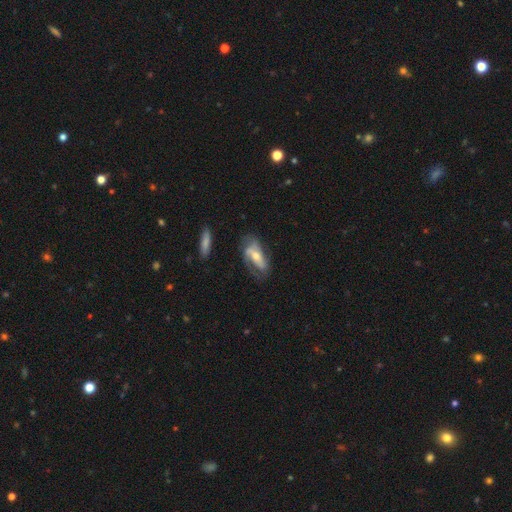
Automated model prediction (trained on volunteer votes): Q: Smooth or featured?
A: featured or disk (69%); runner-up: smooth (24%)
Q: Edge-on disk?
A: no (88%); runner-up: yes (12%)
Q: Bar?
A: no (36%); runner-up: weak (33%)
Q: Spiral arms?
A: yes (84%); runner-up: no (16%)
Q: Spiral winding?
A: medium (38%); tied with: loose (38%)
Q: Spiral arm count?
A: 2 (71%); runner-up: can't tell (15%)
Q: Bulge size?
A: moderate (56%); runner-up: small (37%)
Q: Merging?
A: none (58%); runner-up: minor disturbance (24%)